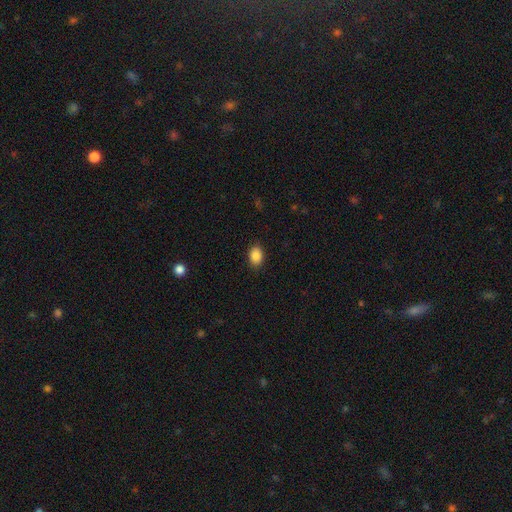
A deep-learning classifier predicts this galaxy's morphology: This is clearly a smooth galaxy (88%). How rounded: likely in between (78%). Merging: clearly none (88%).